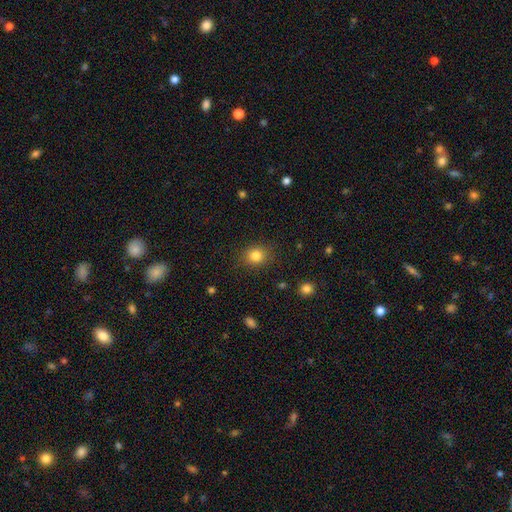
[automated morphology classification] Smooth or featured? smooth (82%)
How rounded? round (73%)
Merging? none (86%)